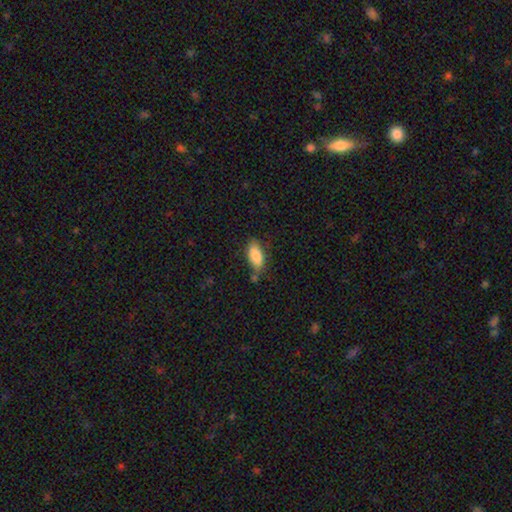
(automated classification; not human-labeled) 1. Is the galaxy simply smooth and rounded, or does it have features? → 85% smooth, 8% featured or disk, 7% star or artifact.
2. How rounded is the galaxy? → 86% in between, 12% cigar-shaped, 2% round.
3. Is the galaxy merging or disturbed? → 68% none, 20% minor disturbance, 7% merger, 5% major disturbance.